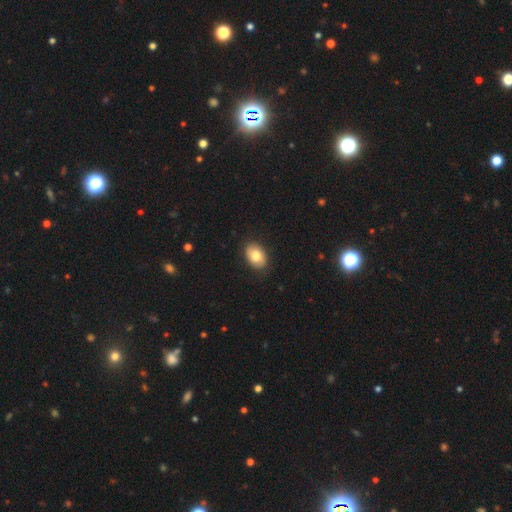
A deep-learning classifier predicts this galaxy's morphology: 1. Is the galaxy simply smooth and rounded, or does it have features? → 79% smooth, 14% featured or disk, 7% star or artifact.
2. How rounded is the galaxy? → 79% in between, 20% round, 1% cigar-shaped.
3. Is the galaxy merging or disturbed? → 87% none, 10% minor disturbance, 2% major disturbance, 1% merger.